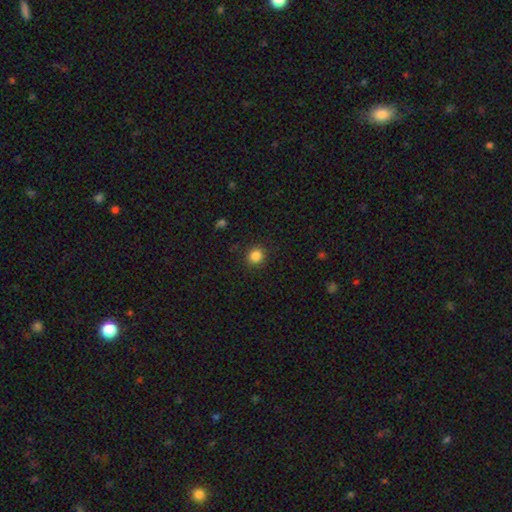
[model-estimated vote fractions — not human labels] smooth-or-featured: smooth: 85% | star or artifact: 11% | featured or disk: 4%
  how-rounded: round: 87% | in between: 12% | cigar-shaped: 1%
  merging: none: 90% | minor disturbance: 7% | major disturbance: 2% | merger: 1%